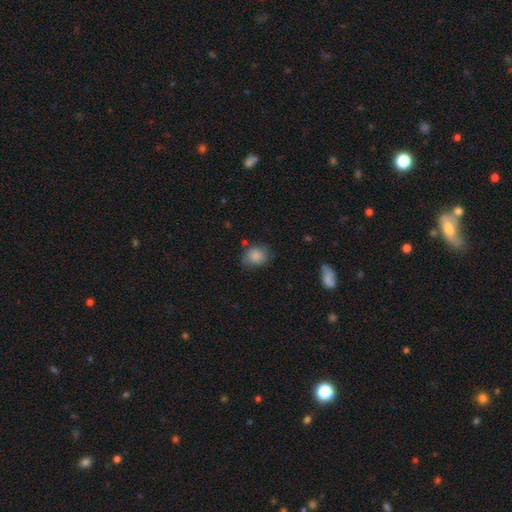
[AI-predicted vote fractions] Smooth or featured?
  - smooth: 83% *
  - featured or disk: 9%
  - star or artifact: 8%
How rounded?
  - round: 65% *
  - in between: 34%
  - cigar-shaped: 1%
Merging?
  - none: 66% *
  - minor disturbance: 24%
  - major disturbance: 7%
  - merger: 3%